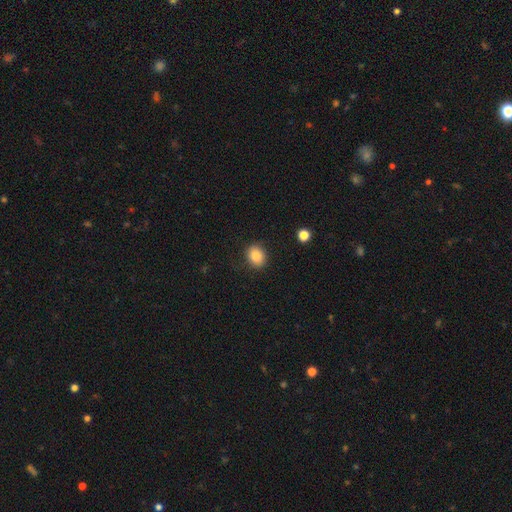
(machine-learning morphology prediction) Smooth or featured? Predicted: smooth (p=0.85). How rounded? Predicted: round (p=0.57). Merging? Predicted: none (p=0.85).